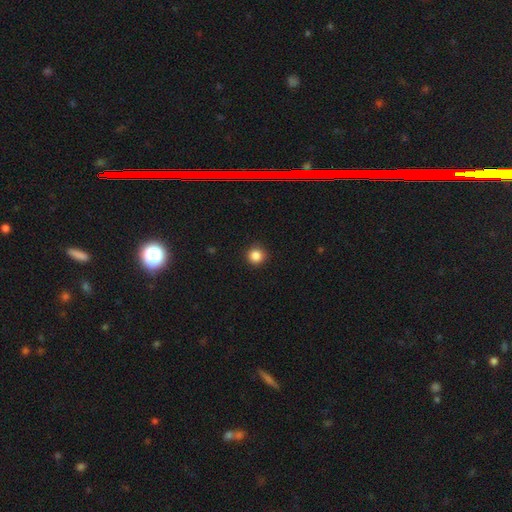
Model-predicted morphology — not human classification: Q: Smooth or featured?
A: smooth (84%); runner-up: star or artifact (12%)
Q: How rounded?
A: round (94%); runner-up: in between (5%)
Q: Merging?
A: none (91%); runner-up: minor disturbance (6%)